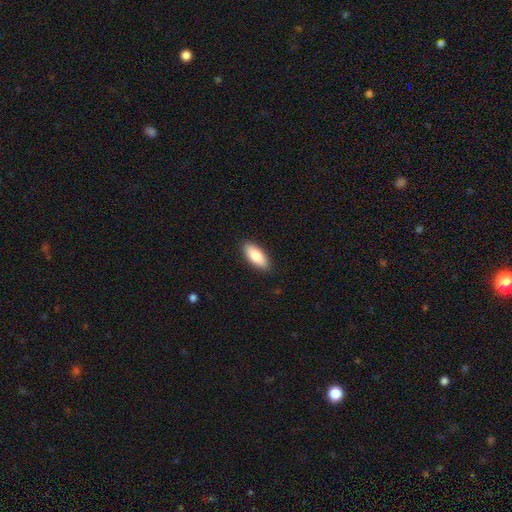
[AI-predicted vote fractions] A smooth galaxy with no disk features (85%) that is in between round and cigar-shaped (82%). Merging: none (88%).